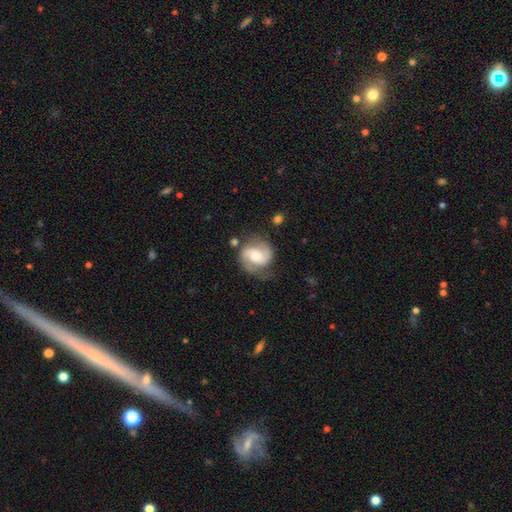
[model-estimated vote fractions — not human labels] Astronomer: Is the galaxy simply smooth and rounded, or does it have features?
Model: featured or disk — 70%.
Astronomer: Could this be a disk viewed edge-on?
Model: no — 98%.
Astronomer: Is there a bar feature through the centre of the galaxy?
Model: no — 48% (runner-up: weak, 38%).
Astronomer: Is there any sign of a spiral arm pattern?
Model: yes — 92%.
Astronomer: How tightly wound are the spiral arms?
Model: medium — 49% (runner-up: tight, 26%).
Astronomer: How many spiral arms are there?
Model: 2 — 86%.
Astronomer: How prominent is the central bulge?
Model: moderate — 52% (runner-up: small, 31%).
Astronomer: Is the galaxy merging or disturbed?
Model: none — 63%.